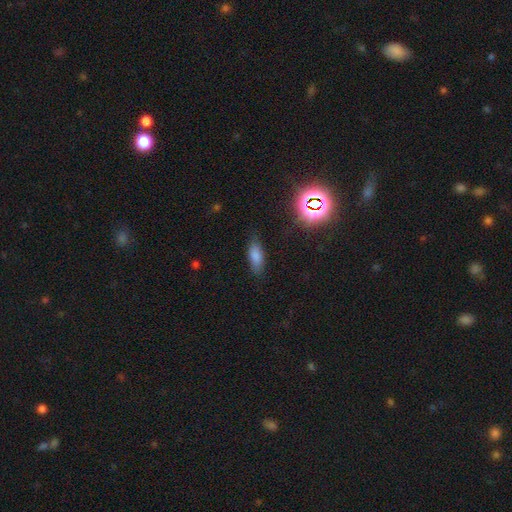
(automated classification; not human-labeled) smooth-or-featured: smooth: 78% | star or artifact: 13% | featured or disk: 9%
  how-rounded: in between: 76% | cigar-shaped: 21% | round: 3%
  merging: none: 80% | minor disturbance: 15% | major disturbance: 4% | merger: 1%